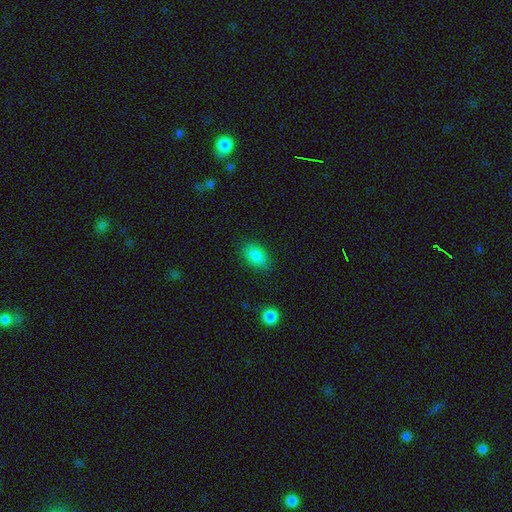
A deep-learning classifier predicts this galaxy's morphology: Smooth or featured? Predicted: smooth (p=0.87). How rounded? Predicted: in between (p=0.89). Merging? Predicted: none (p=0.84).